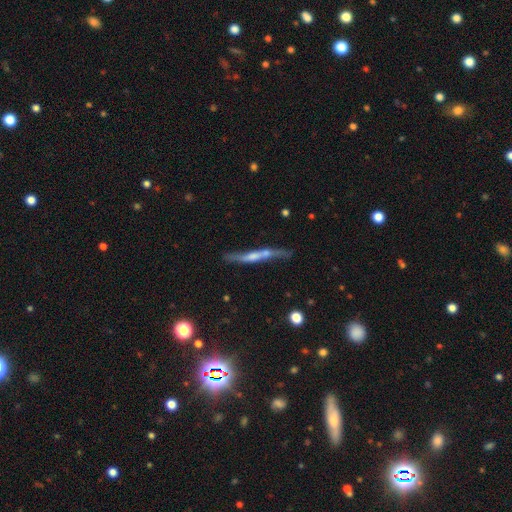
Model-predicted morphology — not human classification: A featured or disk galaxy (64%) viewed edge-on (85%) with a rounded central bulge (43%).

Vote fractions:
- Smooth or featured? featured or disk: 64% / smooth: 28% / star or artifact: 8%
- Edge-on disk? yes: 85% / no: 15%
- Edge-on bulge? rounded: 43% / none: 35% / boxy: 22%
- Merging? none: 59% / minor disturbance: 20% / merger: 12% / major disturbance: 8%